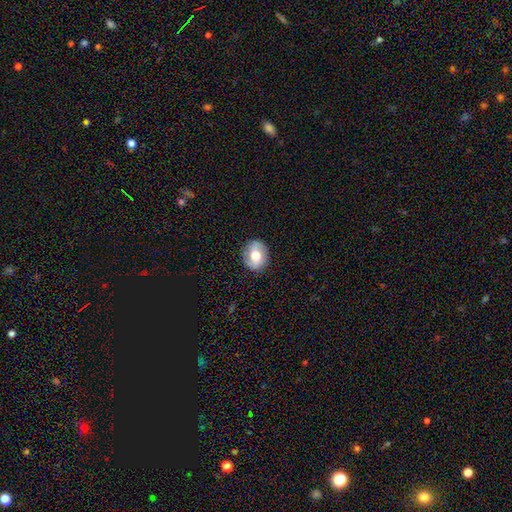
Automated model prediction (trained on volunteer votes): Smooth or featured? Predicted: featured or disk (p=0.51). Edge-on disk? Predicted: no (p=0.96). Merging? Predicted: none (p=0.86).